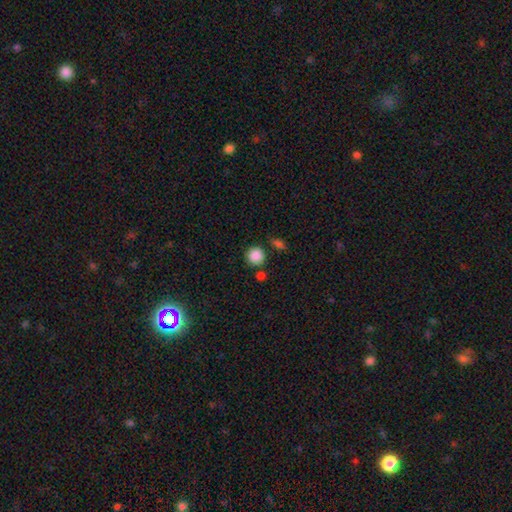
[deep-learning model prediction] smooth-or-featured: smooth: 88% | star or artifact: 9% | featured or disk: 3%
  how-rounded: round: 93% | in between: 6% | cigar-shaped: 1%
  merging: none: 81% | minor disturbance: 9% | merger: 7% | major disturbance: 3%